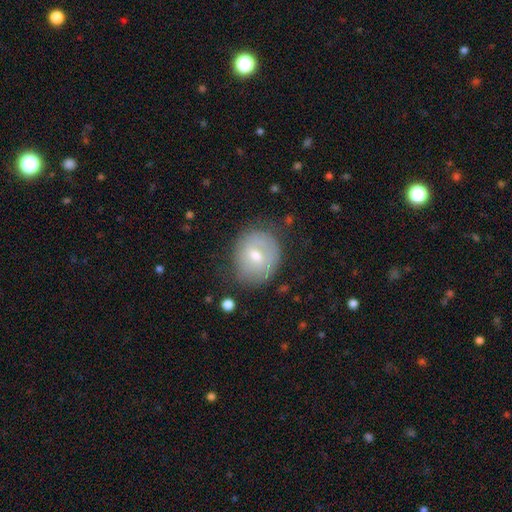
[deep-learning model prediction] A smooth galaxy with no disk features (54%) that is round (68%).

Vote fractions:
- Smooth or featured? smooth: 54% / featured or disk: 38% / star or artifact: 8%
- How rounded? round: 68% / in between: 31% / cigar-shaped: 1%
- Merging? none: 70% / minor disturbance: 22% / major disturbance: 7% / merger: 2%